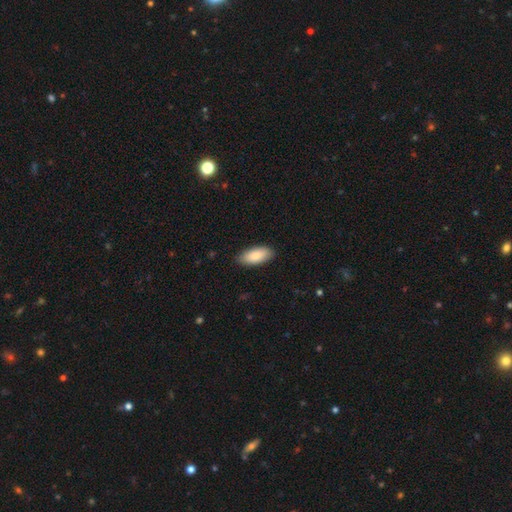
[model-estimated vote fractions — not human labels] Smooth or featured? Predicted: smooth (p=0.86). How rounded? Predicted: in between (p=0.88). Merging? Predicted: none (p=0.88).